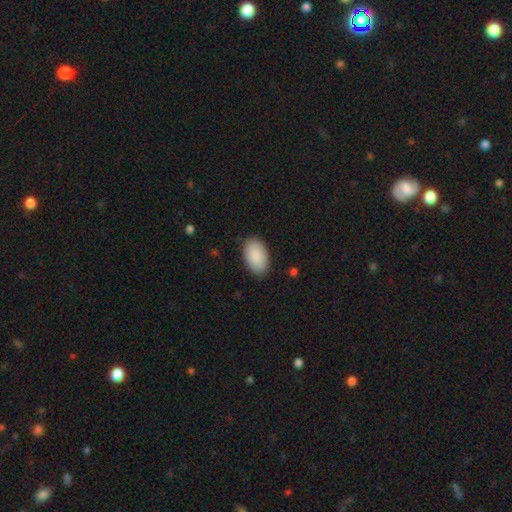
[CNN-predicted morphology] Smooth or featured? Predicted: smooth (p=0.90). How rounded? Predicted: in between (p=0.94). Merging? Predicted: none (p=0.87).